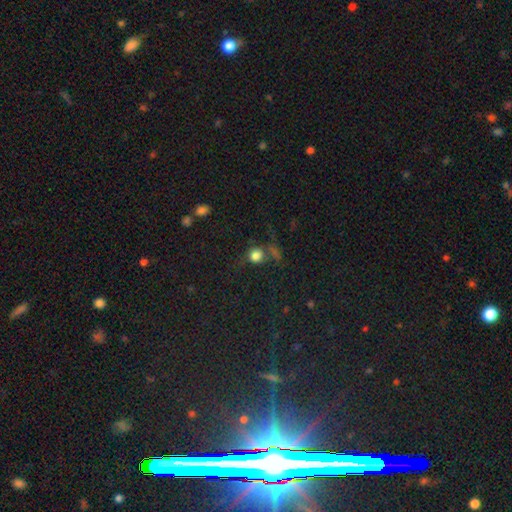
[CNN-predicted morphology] smooth-or-featured: smooth: 74% | star or artifact: 17% | featured or disk: 9%
  how-rounded: round: 84% | in between: 15% | cigar-shaped: 2%
  merging: none: 55% | minor disturbance: 16% | merger: 16% | major disturbance: 14%